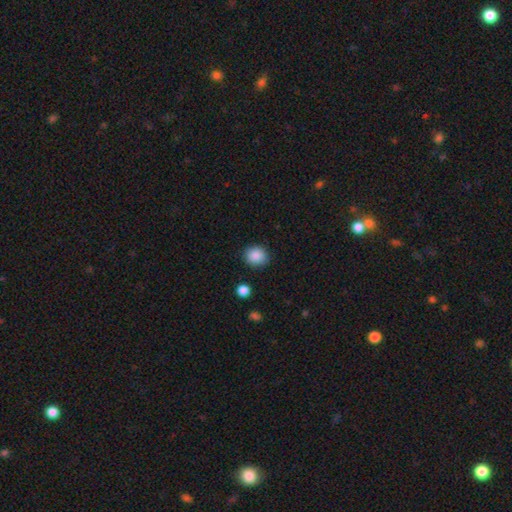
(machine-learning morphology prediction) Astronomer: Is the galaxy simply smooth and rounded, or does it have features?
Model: smooth — 88%.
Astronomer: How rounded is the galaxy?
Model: round — 78%.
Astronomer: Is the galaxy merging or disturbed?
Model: none — 88%.